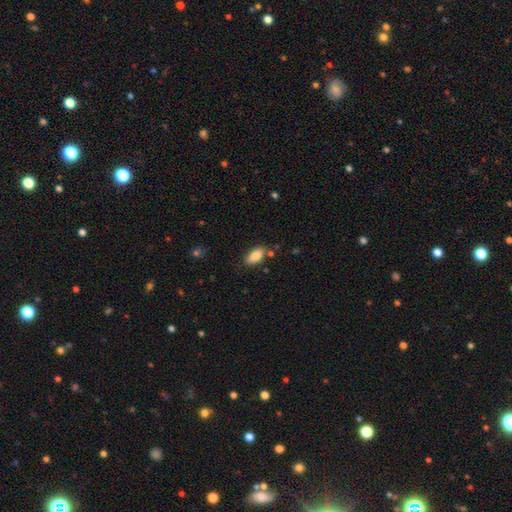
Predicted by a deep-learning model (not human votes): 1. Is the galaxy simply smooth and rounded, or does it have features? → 87% smooth, 7% star or artifact, 6% featured or disk.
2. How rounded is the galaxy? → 92% in between, 5% cigar-shaped, 3% round.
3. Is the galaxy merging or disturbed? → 79% none, 14% minor disturbance, 4% merger, 3% major disturbance.